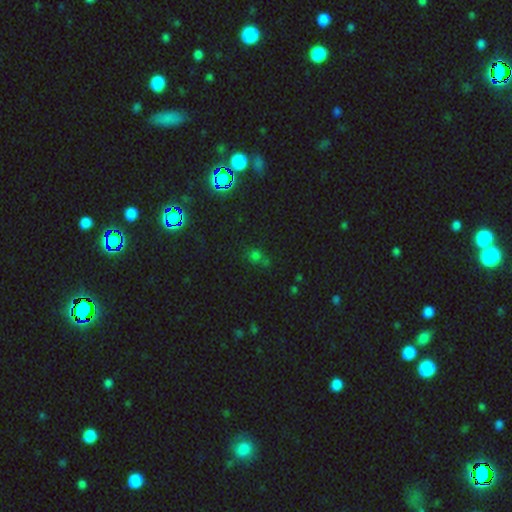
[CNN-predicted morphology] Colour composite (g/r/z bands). It shows a star or artifact, not a galaxy (50%).